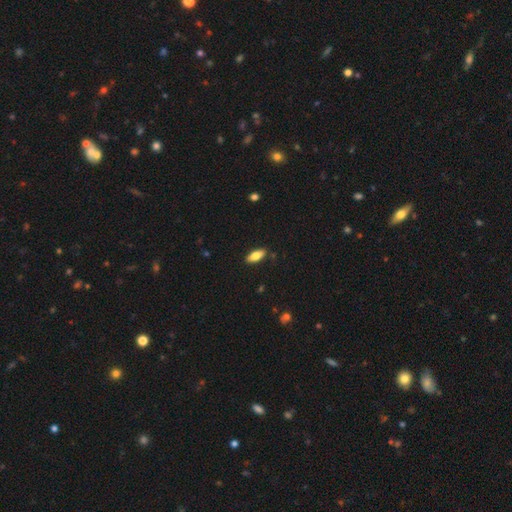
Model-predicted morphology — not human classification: type=smooth (74%); roundness=in between (75%); merging=none (88%).